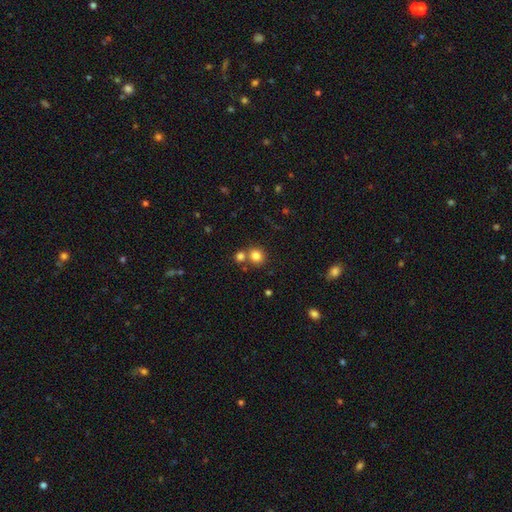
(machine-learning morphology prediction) smooth 82%, star or artifact 12%, featured or disk 6%. Down the decision tree: how rounded — round (87%); merging — none (64%).